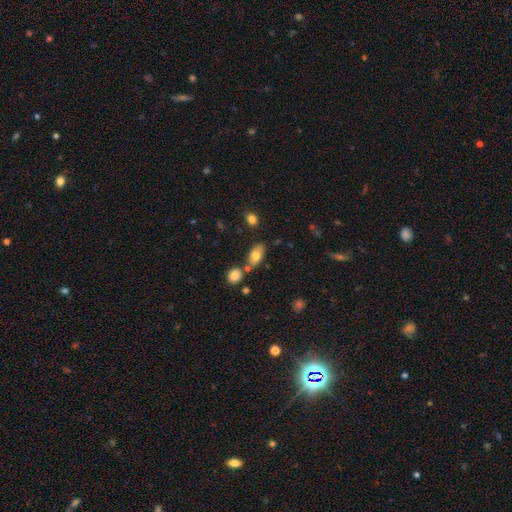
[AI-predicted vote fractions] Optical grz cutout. It shows a smooth galaxy with no disk features (77%) that is in between round and cigar-shaped (88%). Merging: none (71%).